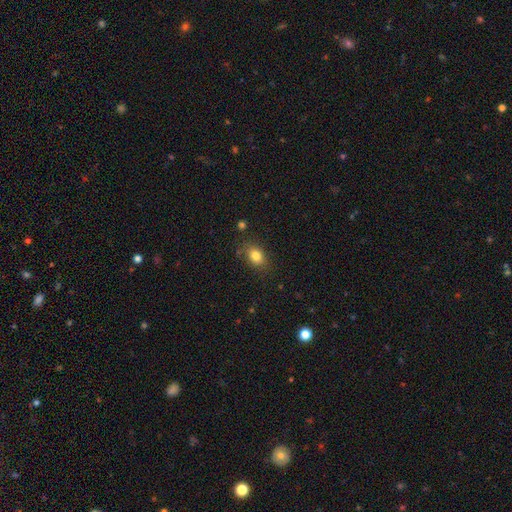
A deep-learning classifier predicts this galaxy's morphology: type=smooth (82%); roundness=in between (73%); merging=none (80%).